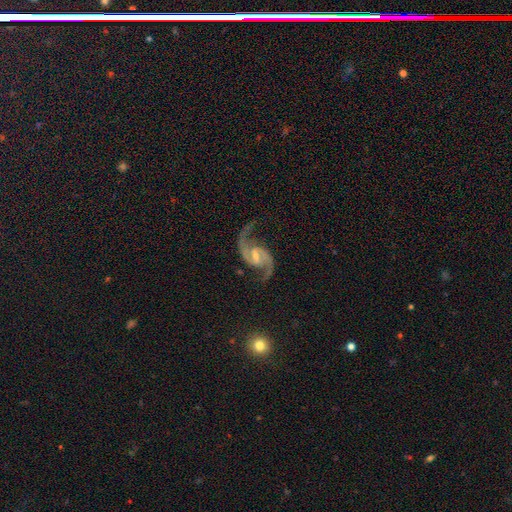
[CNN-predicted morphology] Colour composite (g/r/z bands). It shows a featured or disk galaxy (93%) with a weak bar (56%), 2 (94%) loose (49%) spiral arms (98%) and a small central bulge (50%). Merging: none (77%).